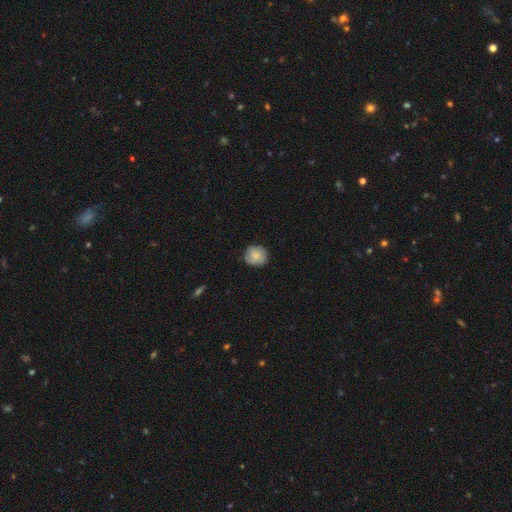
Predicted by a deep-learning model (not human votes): Smooth or featured? smooth (66%)
How rounded? round (85%)
Merging? none (79%)